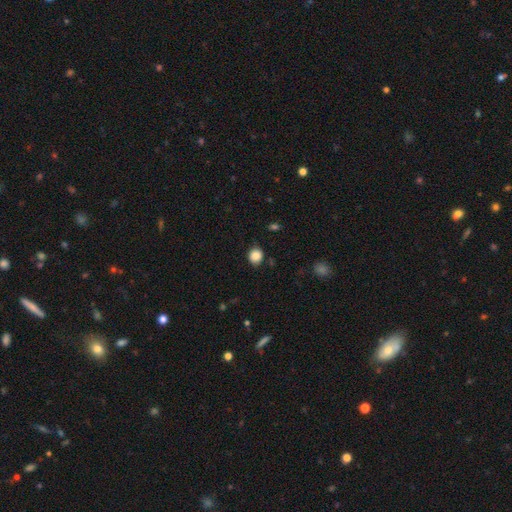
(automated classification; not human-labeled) A smooth galaxy with no disk features (86%) that is round (79%).

Vote fractions:
- Smooth or featured? smooth: 86% / star or artifact: 10% / featured or disk: 4%
- How rounded? round: 79% / in between: 20% / cigar-shaped: 1%
- Merging? none: 87% / minor disturbance: 10% / major disturbance: 2% / merger: 2%